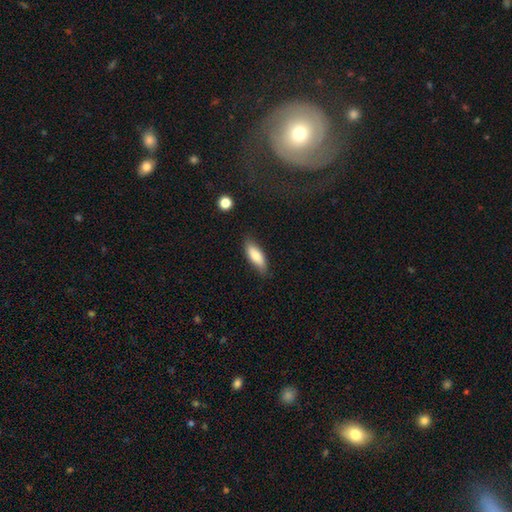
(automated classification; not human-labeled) Q: Smooth or featured?
A: smooth (82%); runner-up: featured or disk (12%)
Q: How rounded?
A: in between (66%); runner-up: cigar-shaped (32%)
Q: Merging?
A: none (80%); runner-up: minor disturbance (16%)